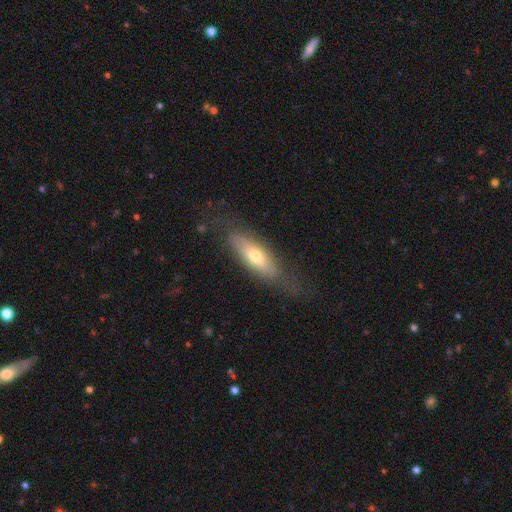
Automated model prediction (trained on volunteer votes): Smooth or featured: smooth — 49% (featured or disk — 44%)
Merging: none — 66% (minor disturbance — 22%)